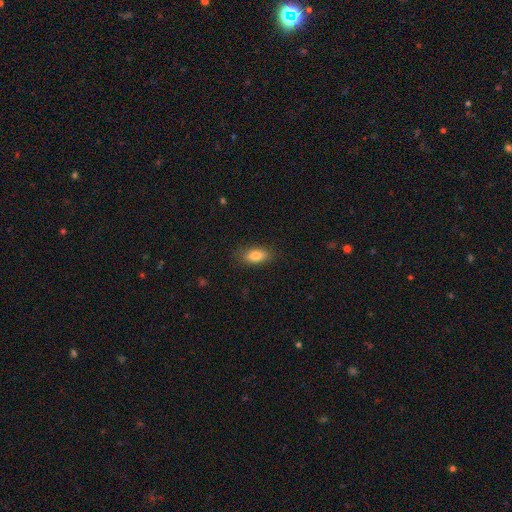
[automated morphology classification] smooth-or-featured: smooth: 82% | featured or disk: 10% | star or artifact: 8%
  how-rounded: in between: 86% | cigar-shaped: 10% | round: 4%
  merging: none: 85% | minor disturbance: 11% | major disturbance: 3% | merger: 1%